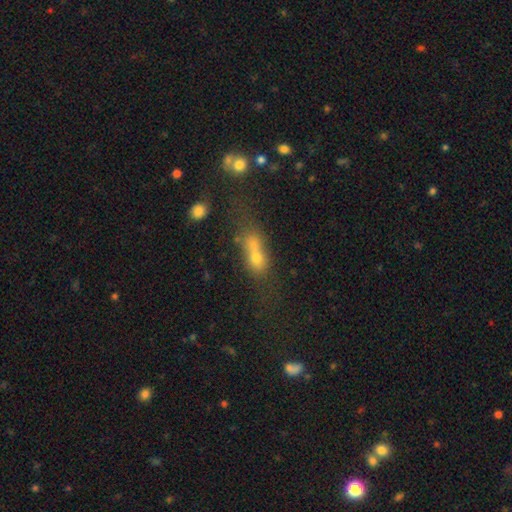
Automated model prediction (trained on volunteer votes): Overall: smooth (62%). How rounded: in between (56%; round 25%). Merging: merger (49%; none 25%).